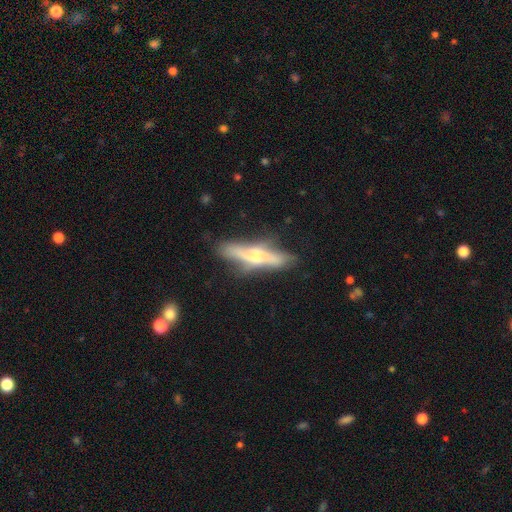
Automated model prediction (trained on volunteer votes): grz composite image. It shows a featured or disk galaxy (63%) viewed edge-on (84%) with a rounded central bulge (76%). Merging: none (64%).